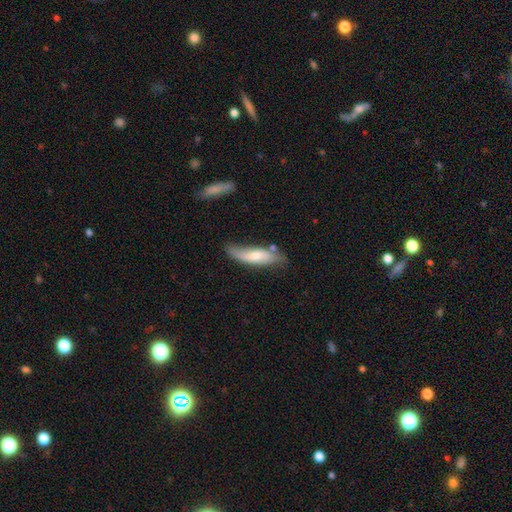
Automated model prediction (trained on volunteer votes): smooth-or-featured: smooth: 56% | featured or disk: 39% | star or artifact: 6%
  how-rounded: cigar-shaped: 51% | in between: 47% | round: 2%
  merging: none: 56% | minor disturbance: 28% | major disturbance: 8% | merger: 8%